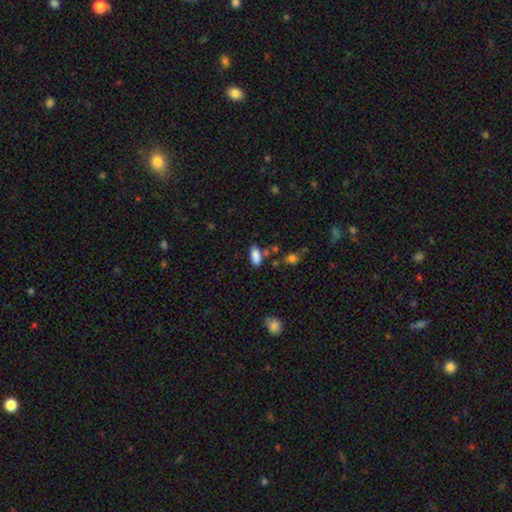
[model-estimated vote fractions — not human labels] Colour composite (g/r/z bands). It shows a smooth galaxy with no disk features (86%) that is in between round and cigar-shaped (84%). Merging: none (72%).